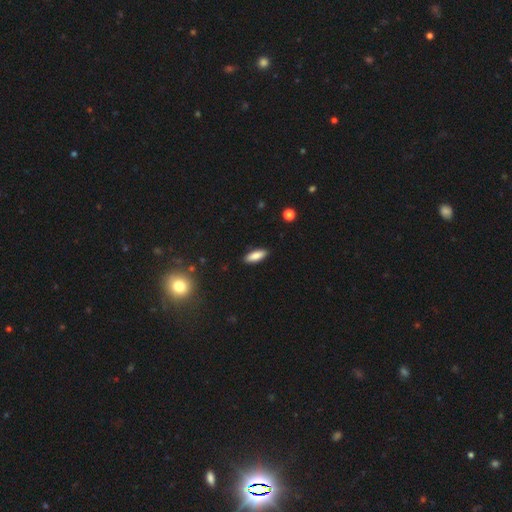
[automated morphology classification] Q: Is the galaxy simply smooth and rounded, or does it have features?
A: smooth — 85%.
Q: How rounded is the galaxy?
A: in between — 70%.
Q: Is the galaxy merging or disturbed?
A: none — 89%.